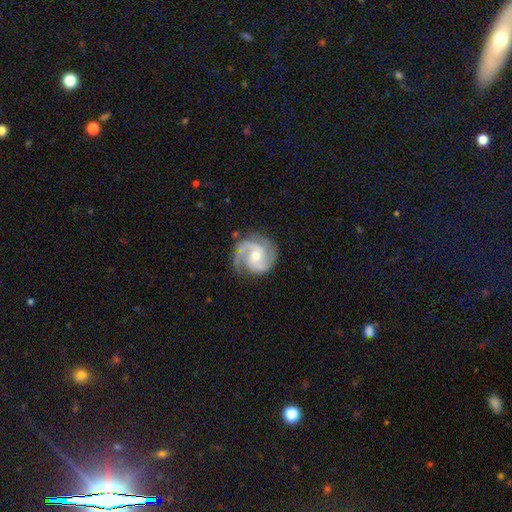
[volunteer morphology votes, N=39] Volunteers were most divided on "spiral winding": medium: 45%, tight: 34%, loose: 21%. More confident: edge-on disk — no (100%); spiral arms — yes (100%); smooth or featured — featured or disk (97%); spiral arm count — 2 (89%); merging — none (82%); bulge size — moderate (66%); bar — no (61%).